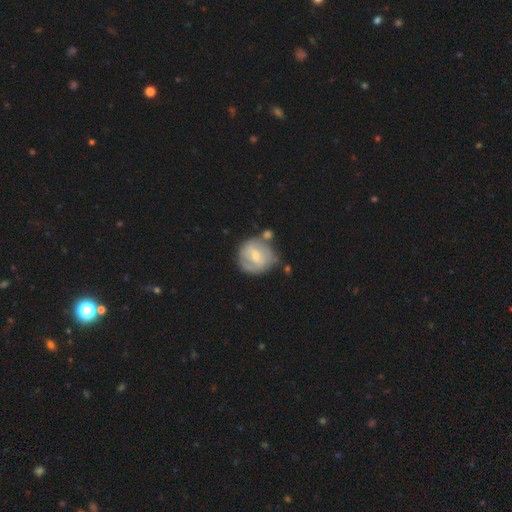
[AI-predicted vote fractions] Smooth or featured: featured or disk — 59% (smooth — 35%)
Edge-on disk: no — 97% (yes — 3%)
Bar: weak — 55% (no — 29%)
Spiral arms: yes — 68% (no — 32%)
Bulge size: moderate — 49% (small — 46%)
Merging: none — 53% (minor disturbance — 22%)